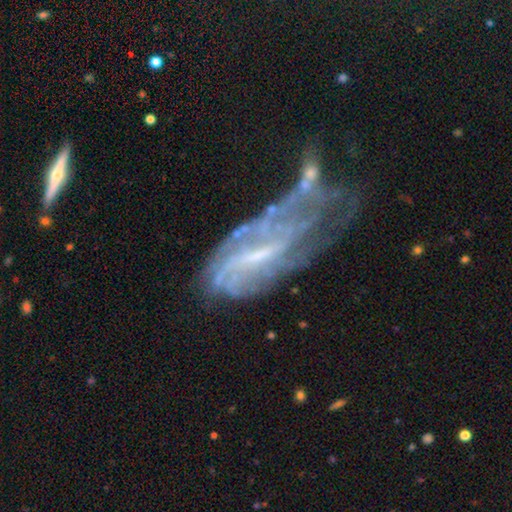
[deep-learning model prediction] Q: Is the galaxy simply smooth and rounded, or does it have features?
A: featured or disk — 75%.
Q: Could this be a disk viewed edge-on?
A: no — 91%.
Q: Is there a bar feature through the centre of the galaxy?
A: weak — 43%.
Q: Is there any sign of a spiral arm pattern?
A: yes — 67%.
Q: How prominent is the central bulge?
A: small — 51%.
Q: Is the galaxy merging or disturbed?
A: major disturbance — 37%.